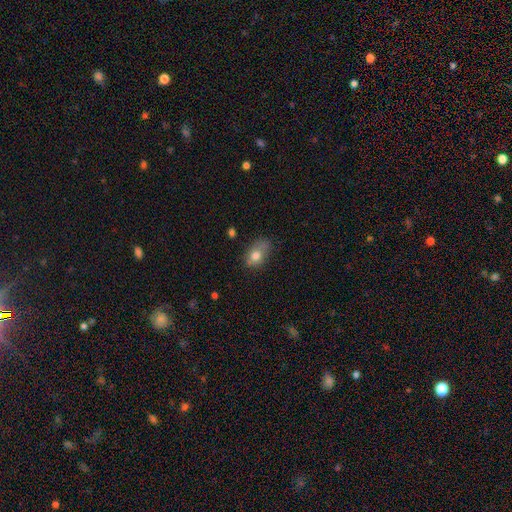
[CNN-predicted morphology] This is likely a smooth galaxy (75%). How rounded: likely in between (78%). Merging: possibly none (49%).